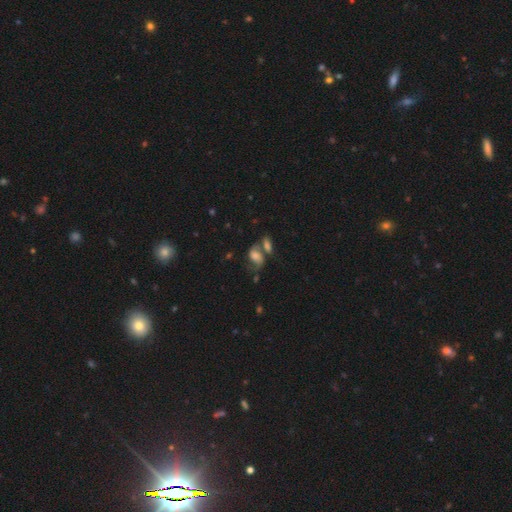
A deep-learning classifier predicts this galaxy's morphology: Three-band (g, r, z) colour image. It shows a smooth galaxy with no disk features (48%). Merging: merger (41%).